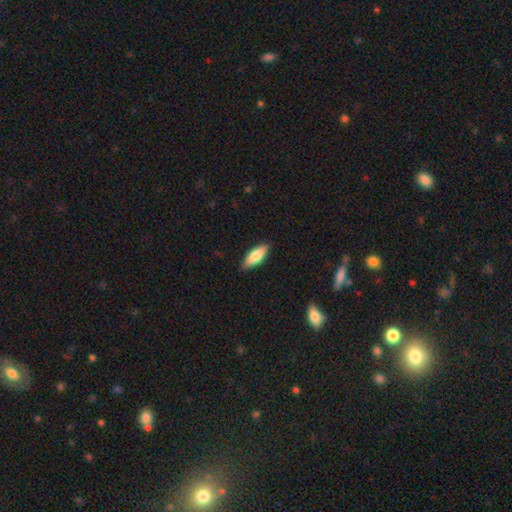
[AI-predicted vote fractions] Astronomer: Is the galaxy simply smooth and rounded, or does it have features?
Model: smooth — 76%.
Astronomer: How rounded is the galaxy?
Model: in between — 70%.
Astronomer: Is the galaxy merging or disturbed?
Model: none — 87%.